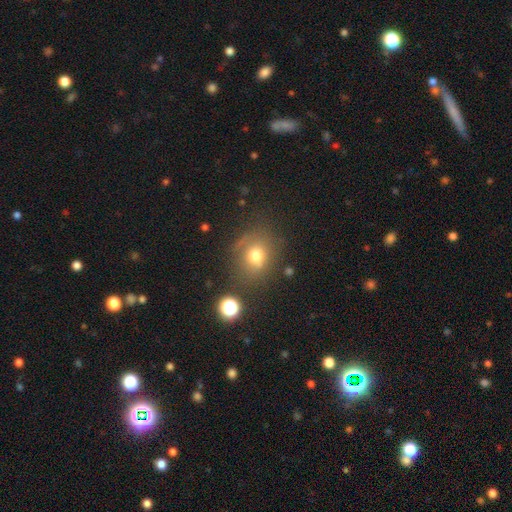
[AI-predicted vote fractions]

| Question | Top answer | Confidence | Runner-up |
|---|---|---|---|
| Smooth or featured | smooth | 71% | star or artifact (16%) |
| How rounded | round | 64% | in between (35%) |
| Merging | none | 64% | minor disturbance (20%) |